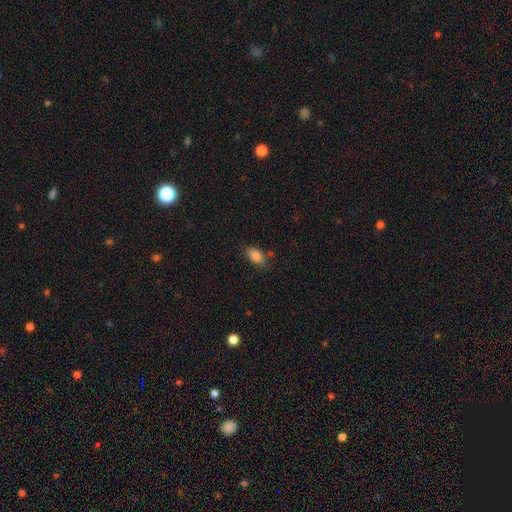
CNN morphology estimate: Smooth or featured? smooth (86%)
How rounded? in between (91%)
Merging? none (76%)